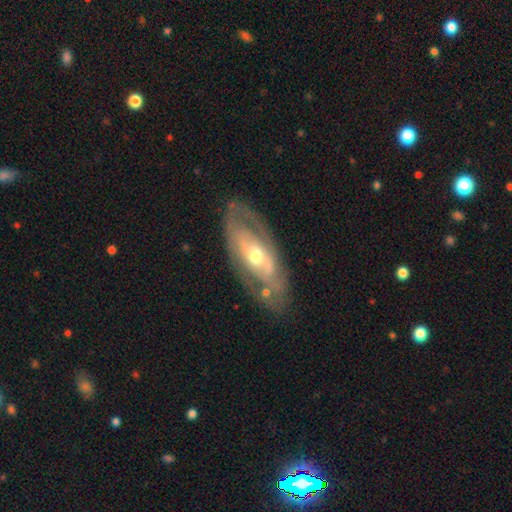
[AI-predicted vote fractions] A featured or disk galaxy (76%) with no bar (63%), spiral arms (58%) and a moderate central bulge (67%).

Vote fractions:
- Smooth or featured? featured or disk: 76% / smooth: 19% / star or artifact: 5%
- Edge-on disk? no: 87% / yes: 13%
- Bar? no: 63% / weak: 25% / strong: 12%
- Spiral arms? yes: 58% / no: 42%
- Bulge size? moderate: 67% / small: 24% / large: 6% / dominant: 1% / none: 1%
- Merging? none: 75% / minor disturbance: 16% / major disturbance: 7% / merger: 3%